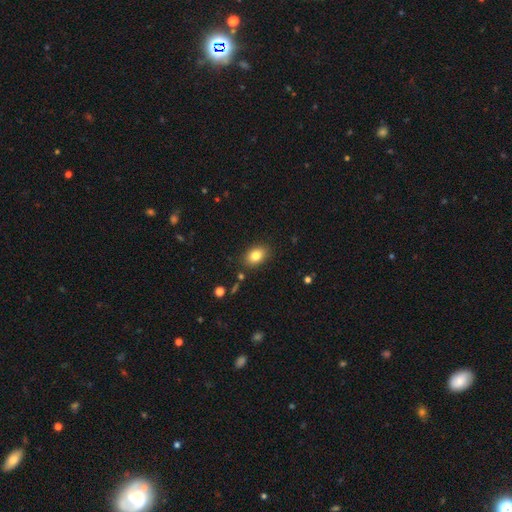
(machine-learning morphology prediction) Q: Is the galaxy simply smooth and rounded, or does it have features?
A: smooth — 82%.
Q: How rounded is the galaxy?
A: in between — 80%.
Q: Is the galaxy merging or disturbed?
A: none — 86%.